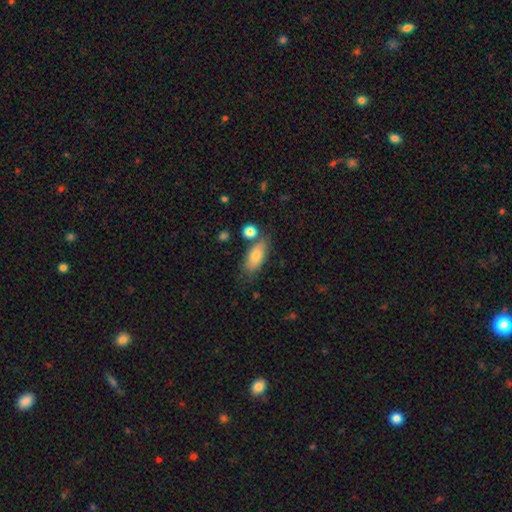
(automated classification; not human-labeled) smooth 82%, featured or disk 11%, star or artifact 7%. Down the decision tree: how rounded — in between (81%); merging — none (67%).